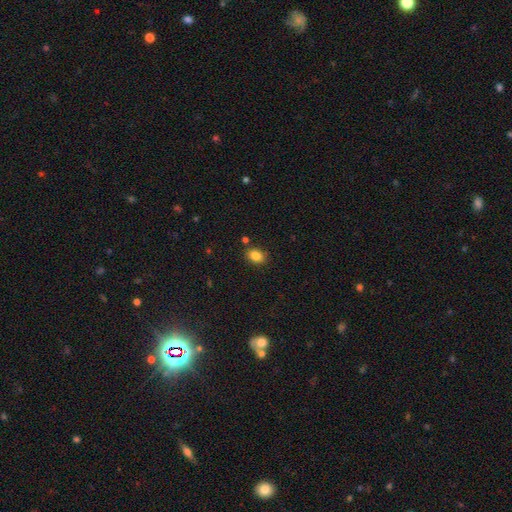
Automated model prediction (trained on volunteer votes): Smooth or featured? smooth (84%)
How rounded? in between (77%)
Merging? none (83%)